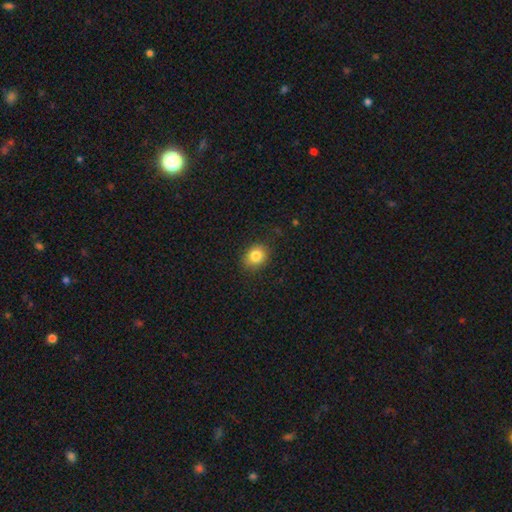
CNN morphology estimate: Smooth or featured? smooth (84%)
How rounded? round (59%)
Merging? none (86%)